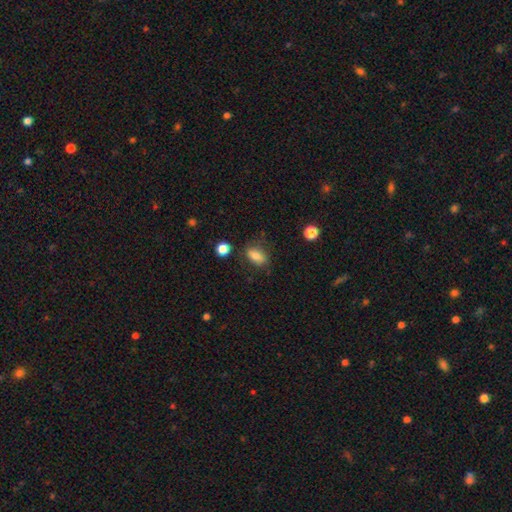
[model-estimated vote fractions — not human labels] This is likely a smooth galaxy (77%). How rounded: clearly in between (84%). Merging: likely none (73%).